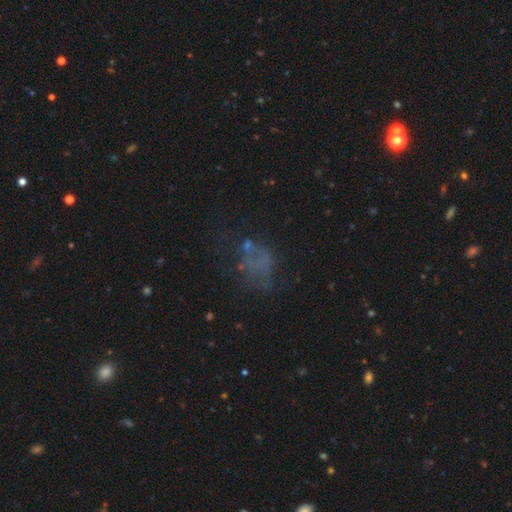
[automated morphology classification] smooth_or_featured: smooth (p=0.35) [alt: featured or disk p=0.33]
merging: none (p=0.48) [alt: major disturbance p=0.28]